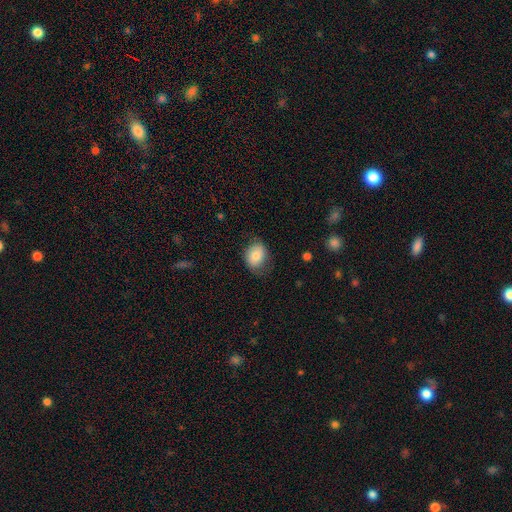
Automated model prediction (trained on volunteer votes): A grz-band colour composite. It shows a smooth galaxy with no disk features (79%) that is in between round and cigar-shaped (58%). Merging: none (66%).